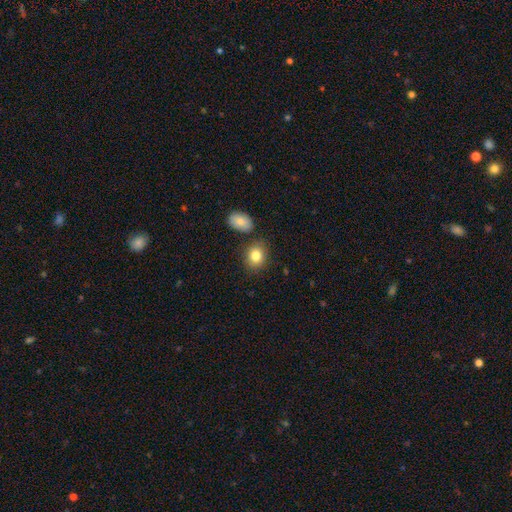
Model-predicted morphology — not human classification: The model was most divided on "how rounded": round: 54%, in between: 45%, cigar-shaped: 1%. More confident: smooth or featured — smooth (82%); merging — none (75%).